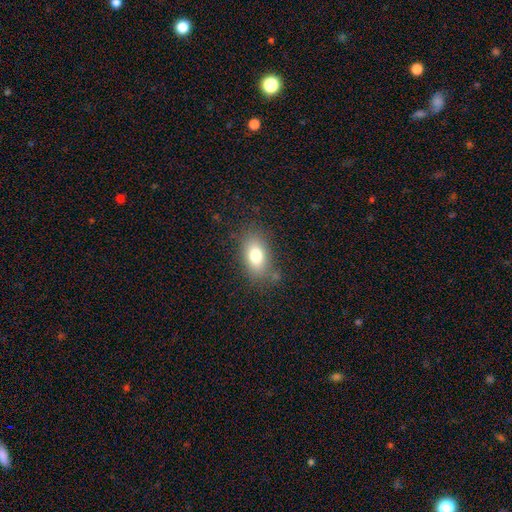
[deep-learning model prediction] This appears to be a smooth galaxy with no disk features (75%) that is in between round and cigar-shaped (84%). Merging: none (77%).